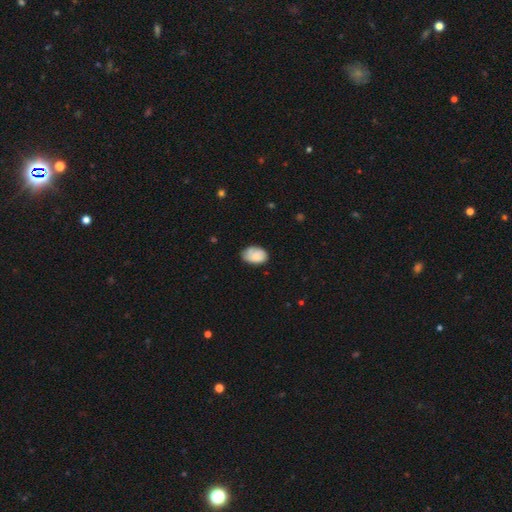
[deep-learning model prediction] smooth-or-featured: smooth: 76% | featured or disk: 17% | star or artifact: 7%
  how-rounded: in between: 86% | round: 13% | cigar-shaped: 1%
  merging: none: 64% | minor disturbance: 28% | major disturbance: 6% | merger: 2%